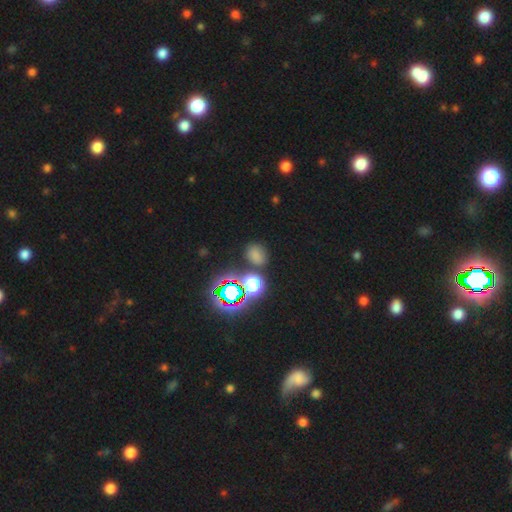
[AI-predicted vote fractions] Morphology: type=smooth (61%); roundness=in between (55%); merging=none (72%).